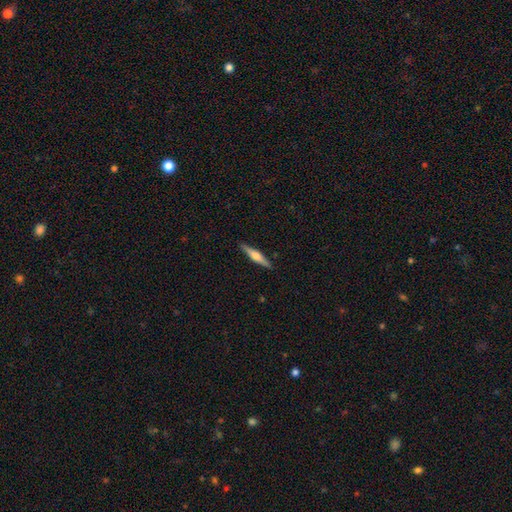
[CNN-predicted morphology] This is likely a featured or disk galaxy (65%). It is clearly viewed edge-on (98%). Edge-on bulge: clearly rounded (90%). Merging: clearly none (91%).